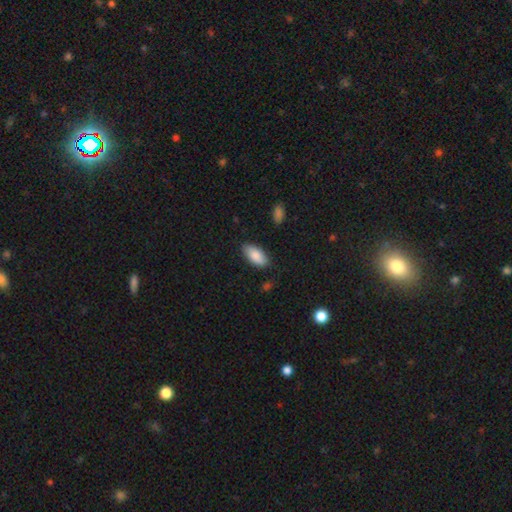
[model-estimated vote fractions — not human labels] Q: Smooth or featured?
A: smooth (86%); runner-up: featured or disk (8%)
Q: How rounded?
A: in between (92%); runner-up: cigar-shaped (6%)
Q: Merging?
A: none (81%); runner-up: minor disturbance (15%)